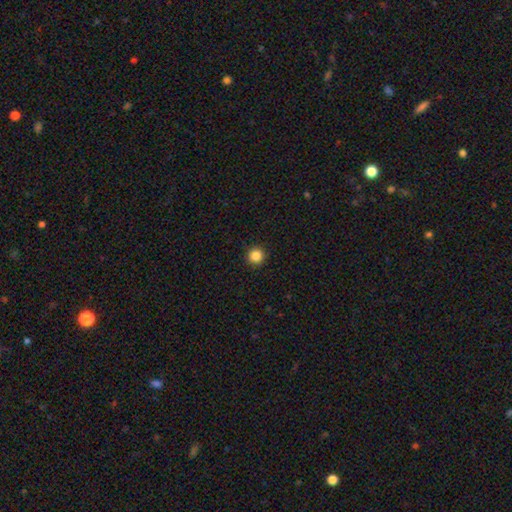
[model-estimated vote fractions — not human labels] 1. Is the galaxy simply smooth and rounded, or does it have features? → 86% smooth, 11% star or artifact, 3% featured or disk.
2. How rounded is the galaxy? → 96% round, 3% in between, 1% cigar-shaped.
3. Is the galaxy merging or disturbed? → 93% none, 5% minor disturbance, 1% major disturbance, 1% merger.